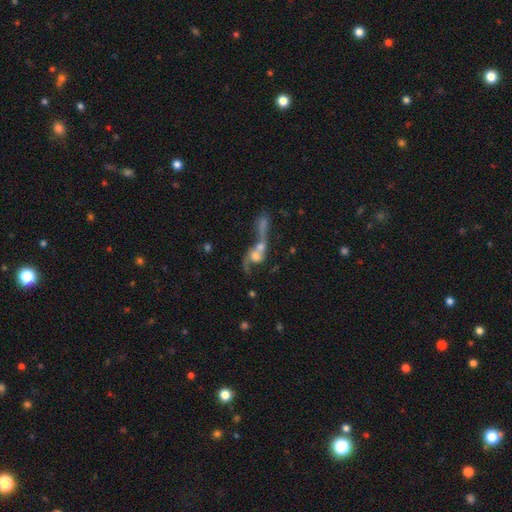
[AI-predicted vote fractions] featured or disk 47%, smooth 40%, star or artifact 13%. Down the decision tree: merging — merger (71%).